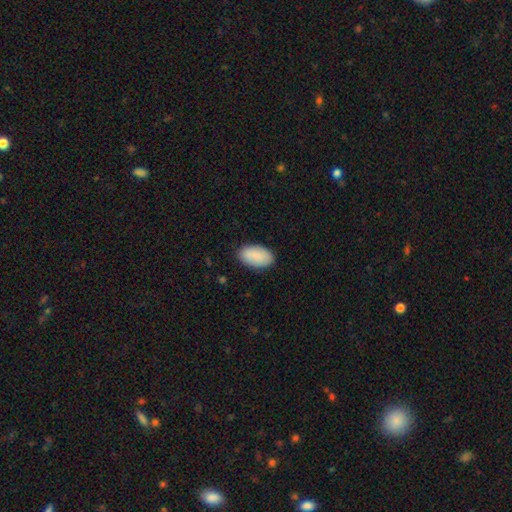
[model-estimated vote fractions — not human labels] This is clearly a smooth galaxy (90%). How rounded: clearly in between (95%). Merging: clearly none (87%).